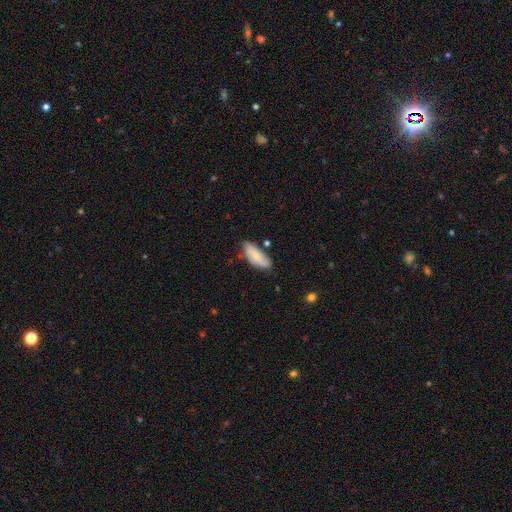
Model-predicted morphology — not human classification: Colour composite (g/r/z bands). It shows a smooth galaxy with no disk features (74%) that is in between round and cigar-shaped (79%). Merging: none (64%).